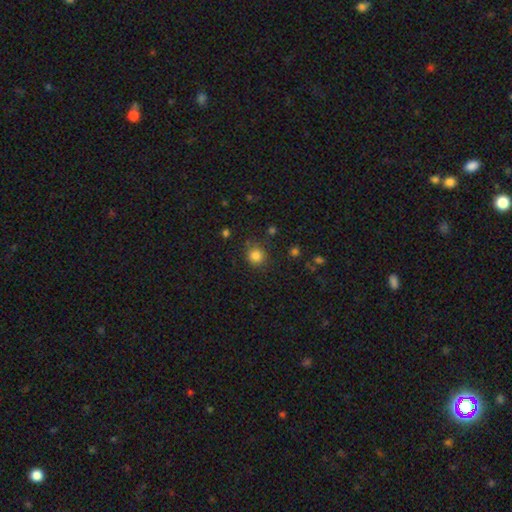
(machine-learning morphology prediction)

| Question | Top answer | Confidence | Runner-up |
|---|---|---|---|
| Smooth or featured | smooth | 84% | star or artifact (12%) |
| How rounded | round | 89% | in between (10%) |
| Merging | none | 81% | minor disturbance (12%) |